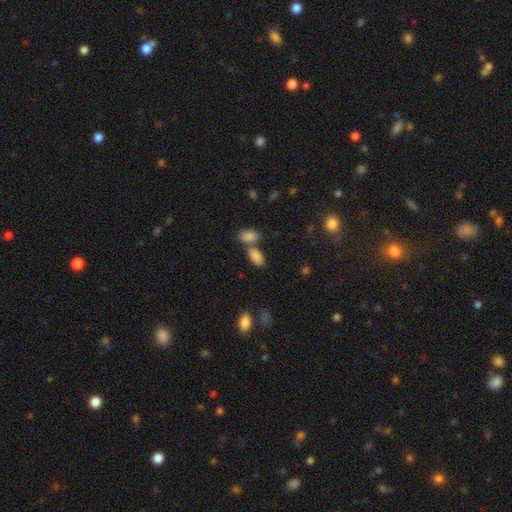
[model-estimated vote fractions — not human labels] This appears to be a smooth galaxy with no disk features (86%) that is in between round and cigar-shaped (93%). Merging: none (47%).